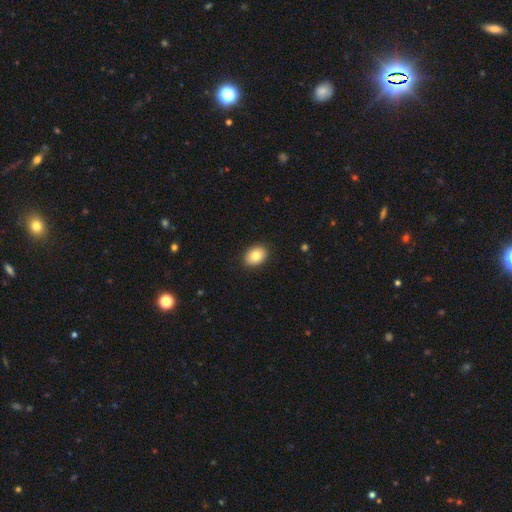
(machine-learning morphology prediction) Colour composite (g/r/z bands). It shows a smooth galaxy with no disk features (83%) that is in between round and cigar-shaped (68%). Merging: none (90%).